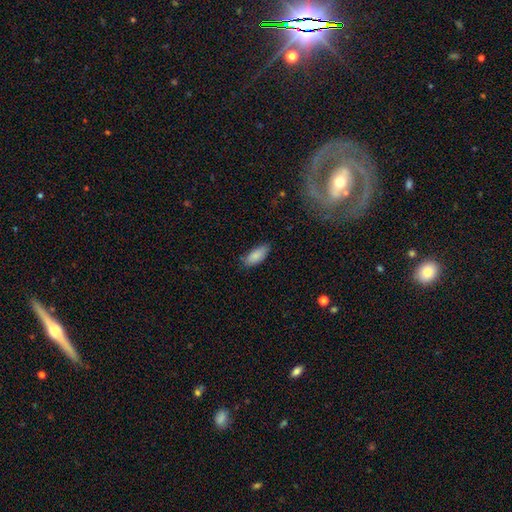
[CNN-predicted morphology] type=smooth (87%); roundness=in between (84%); merging=none (77%).